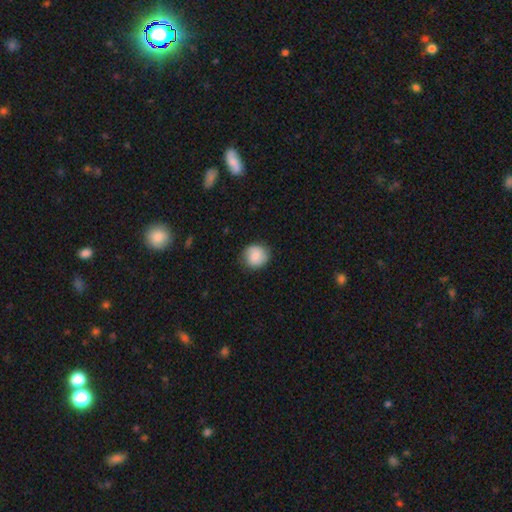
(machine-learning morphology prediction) Smooth or featured: smooth — 76% (featured or disk — 16%)
How rounded: round — 87% (in between — 12%)
Merging: none — 83% (minor disturbance — 13%)